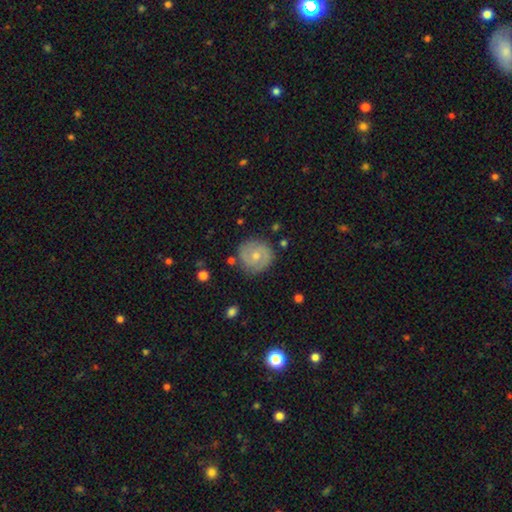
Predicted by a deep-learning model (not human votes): This appears to be a featured or disk galaxy (61%) with no bar (66%), spiral arms (84%) and a moderate central bulge (51%). Merging: none (83%).